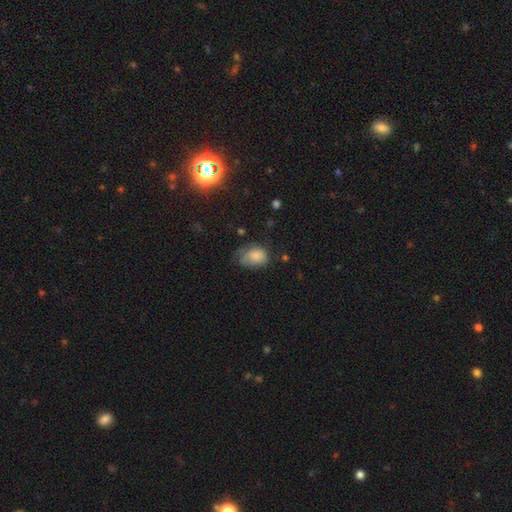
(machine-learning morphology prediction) A smooth galaxy with no disk features (77%) that is in between round and cigar-shaped (77%).

Vote fractions:
- Smooth or featured? smooth: 77% / featured or disk: 14% / star or artifact: 9%
- How rounded? in between: 77% / round: 22% / cigar-shaped: 1%
- Merging? minor disturbance: 37% / none: 35% / major disturbance: 25% / merger: 3%